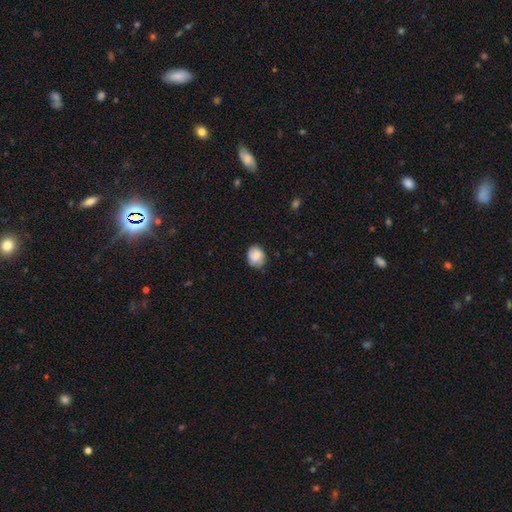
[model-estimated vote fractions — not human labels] Smooth or featured: smooth — 79% (featured or disk — 13%)
How rounded: round — 71% (in between — 29%)
Merging: none — 68% (minor disturbance — 25%)